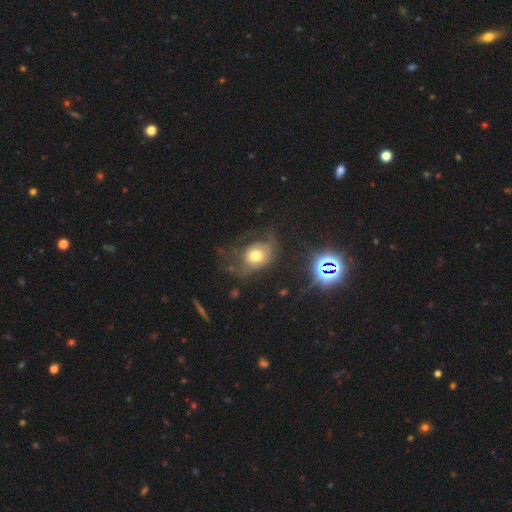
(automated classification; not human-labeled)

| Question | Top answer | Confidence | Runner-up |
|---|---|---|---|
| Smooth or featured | smooth | 51% | featured or disk (36%) |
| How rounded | in between | 50% | round (49%) |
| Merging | none | 39% | major disturbance (36%) |